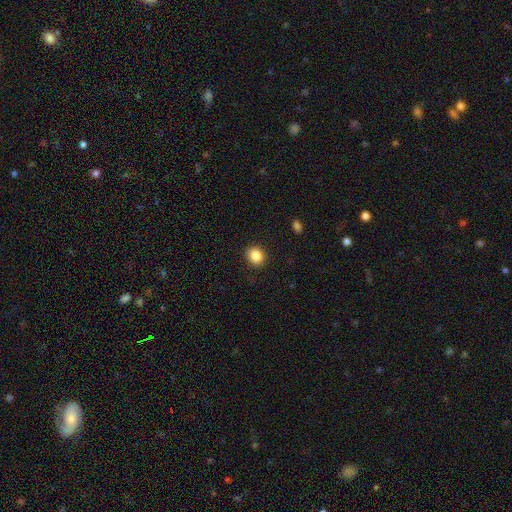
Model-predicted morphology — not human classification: Smooth or featured?
  - smooth: 87% *
  - star or artifact: 9%
  - featured or disk: 4%
How rounded?
  - round: 81% *
  - in between: 18%
  - cigar-shaped: 1%
Merging?
  - none: 90% *
  - minor disturbance: 7%
  - major disturbance: 2%
  - merger: 1%